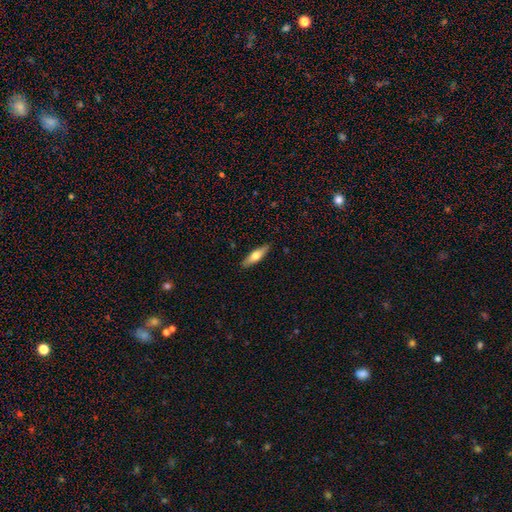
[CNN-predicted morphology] smooth-or-featured: smooth: 60% | featured or disk: 34% | star or artifact: 6%
  how-rounded: cigar-shaped: 62% | in between: 36% | round: 2%
  merging: none: 89% | minor disturbance: 8% | major disturbance: 2% | merger: 1%